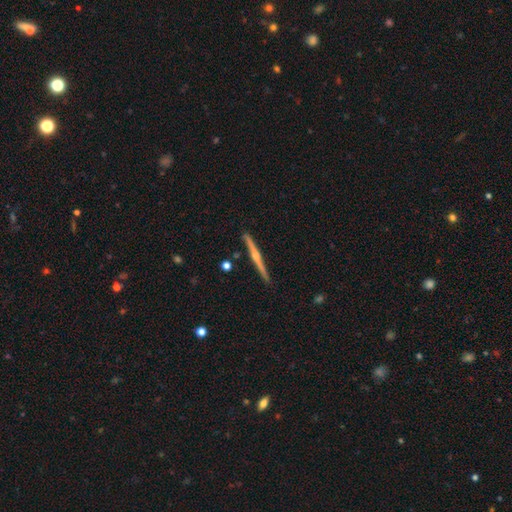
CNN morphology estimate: This appears to be a featured or disk galaxy (78%) viewed edge-on (98%) with a rounded central bulge (84%). Merging: none (90%).